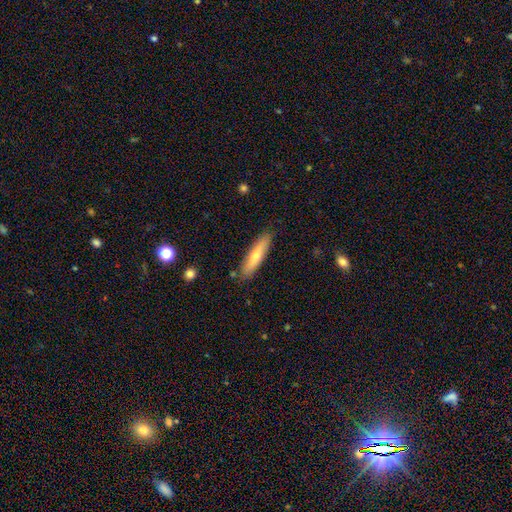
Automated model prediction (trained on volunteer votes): Q: Smooth or featured?
A: smooth (61%); runner-up: featured or disk (33%)
Q: How rounded?
A: cigar-shaped (82%); runner-up: in between (16%)
Q: Merging?
A: none (88%); runner-up: minor disturbance (9%)